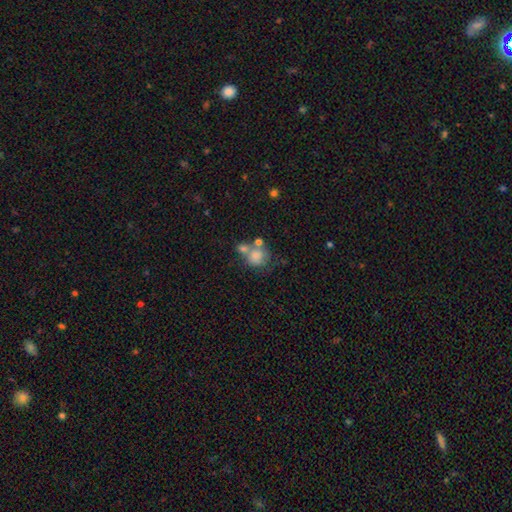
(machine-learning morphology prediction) Smooth or featured? smooth (75%)
How rounded? round (75%)
Merging? merger (41%)